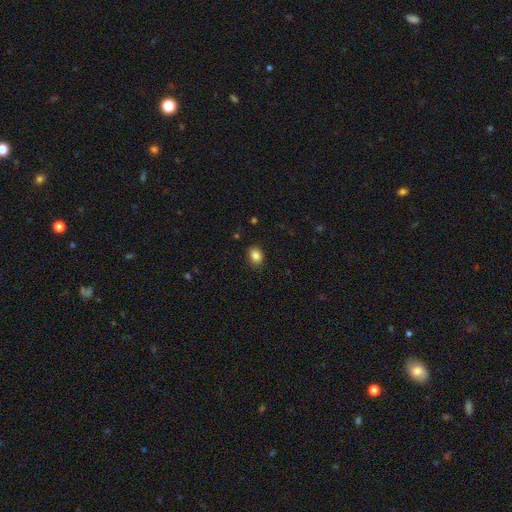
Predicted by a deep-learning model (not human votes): Morphology: type=smooth (86%); roundness=in between (58%); merging=none (87%).